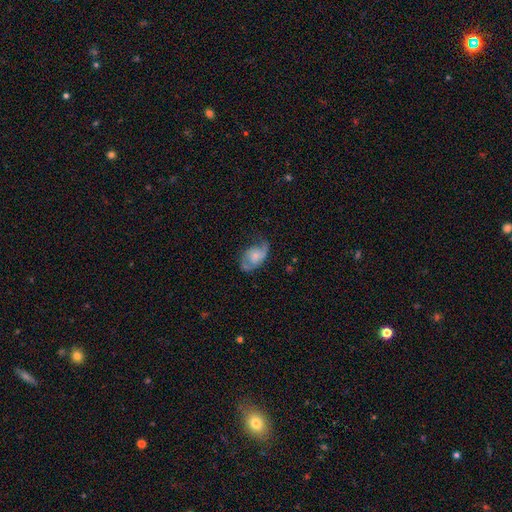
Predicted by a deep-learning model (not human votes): This appears to be a featured or disk galaxy (59%) with no bar (71%), spiral arms (82%) and a small central bulge (55%). Merging: none (45%).